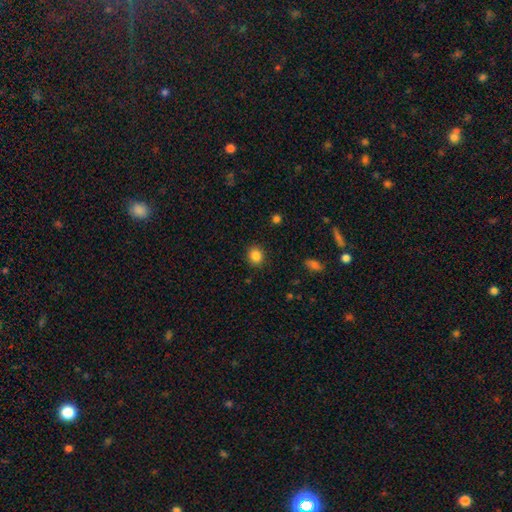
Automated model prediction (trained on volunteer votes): Morphology: type=smooth (86%); roundness=round (73%); merging=none (88%).